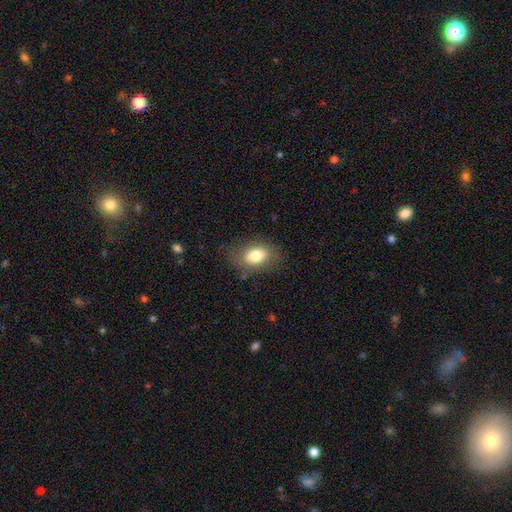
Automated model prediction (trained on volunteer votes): This is likely a smooth galaxy (78%). How rounded: clearly in between (84%). Merging: likely none (77%).